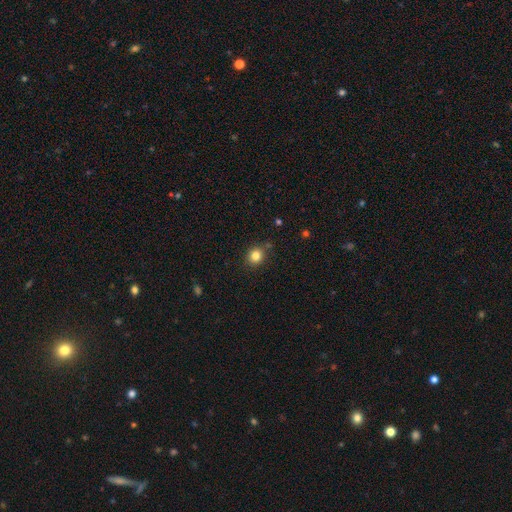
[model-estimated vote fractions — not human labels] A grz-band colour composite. It shows a smooth galaxy with no disk features (83%) that is round (79%). Merging: none (82%).